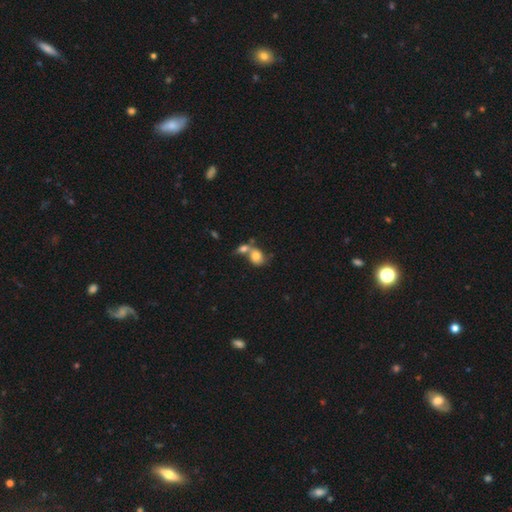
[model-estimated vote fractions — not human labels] Q: Smooth or featured?
A: smooth (75%); runner-up: featured or disk (15%)
Q: How rounded?
A: in between (56%); runner-up: round (42%)
Q: Merging?
A: merger (61%); runner-up: none (23%)